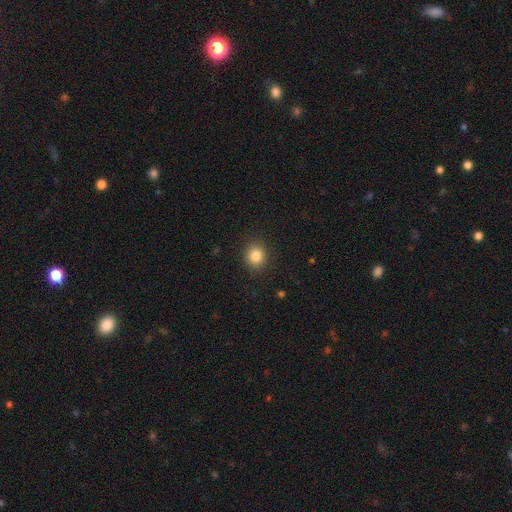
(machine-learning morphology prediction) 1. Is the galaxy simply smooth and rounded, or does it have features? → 84% smooth, 11% star or artifact, 5% featured or disk.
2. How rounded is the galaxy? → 80% round, 19% in between, 1% cigar-shaped.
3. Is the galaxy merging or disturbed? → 89% none, 7% minor disturbance, 2% major disturbance, 1% merger.